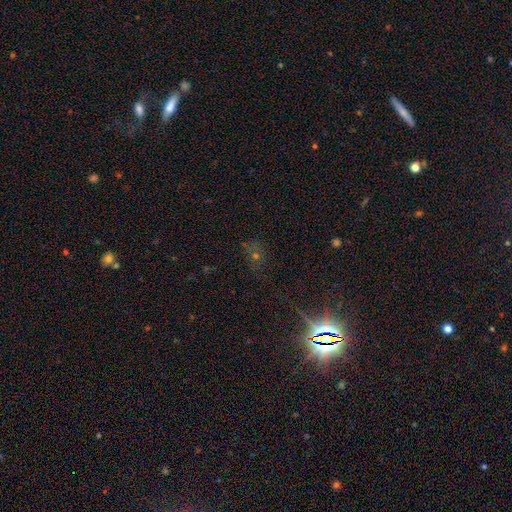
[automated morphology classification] Overall: star or artifact (63%).